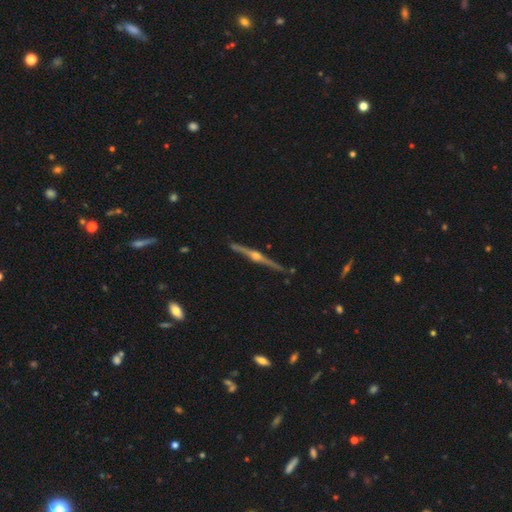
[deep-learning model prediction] Q: Smooth or featured?
A: featured or disk (88%); runner-up: smooth (7%)
Q: Edge-on disk?
A: yes (99%); runner-up: no (1%)
Q: Edge-on bulge?
A: rounded (93%); runner-up: boxy (4%)
Q: Merging?
A: none (91%); runner-up: minor disturbance (7%)